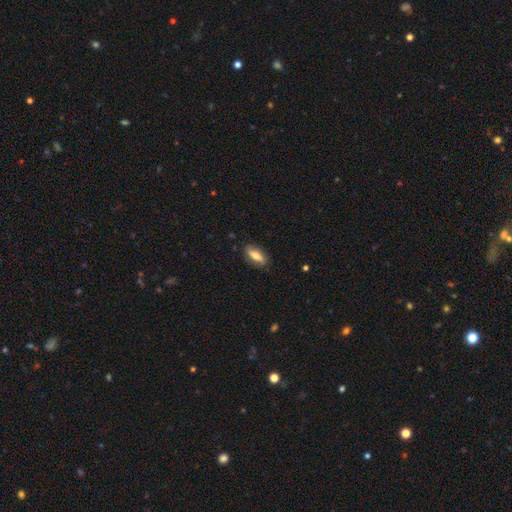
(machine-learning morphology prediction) This is likely a smooth galaxy (68%). How rounded: likely in between (79%). Merging: clearly none (83%).